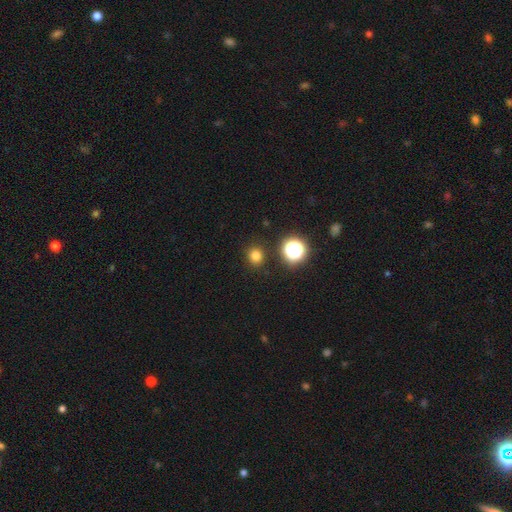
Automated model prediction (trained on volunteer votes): Smooth or featured?
  - smooth: 78% *
  - star or artifact: 17%
  - featured or disk: 5%
How rounded?
  - round: 85% *
  - in between: 14%
  - cigar-shaped: 1%
Merging?
  - none: 90% *
  - minor disturbance: 6%
  - major disturbance: 2%
  - merger: 2%